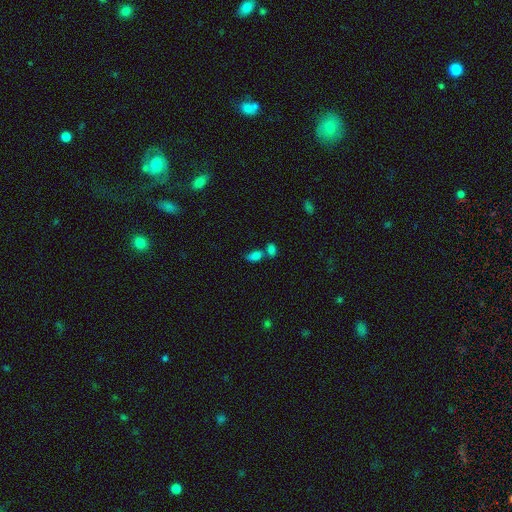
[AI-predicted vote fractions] A smooth galaxy with no disk features (77%) that is in between round and cigar-shaped (85%).

Vote fractions:
- Smooth or featured? smooth: 77% / star or artifact: 14% / featured or disk: 9%
- How rounded? in between: 85% / round: 12% / cigar-shaped: 4%
- Merging? merger: 43% / none: 38% / minor disturbance: 12% / major disturbance: 6%